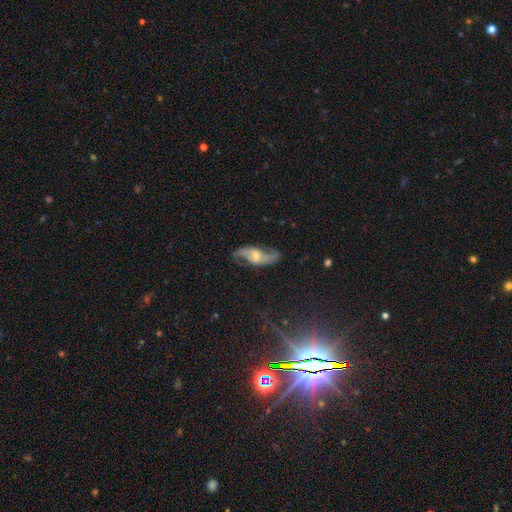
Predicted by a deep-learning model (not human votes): This appears to be a featured or disk galaxy (83%) with a weak bar (48%), 2 (92%) loose (61%) spiral arms (95%) and a moderate central bulge (50%). Merging: none (73%).